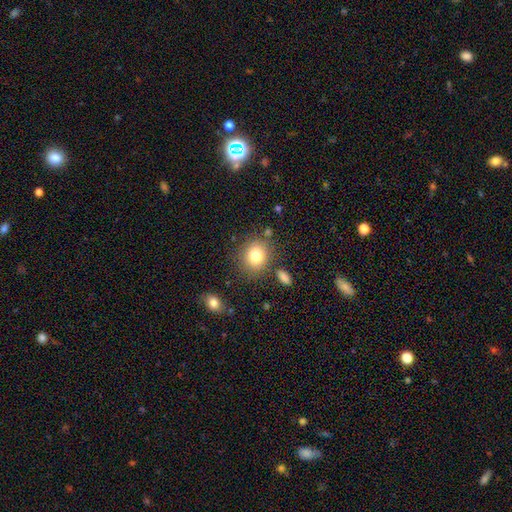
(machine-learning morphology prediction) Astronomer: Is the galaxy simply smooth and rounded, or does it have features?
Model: smooth — 82%.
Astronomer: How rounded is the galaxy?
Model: round — 69%.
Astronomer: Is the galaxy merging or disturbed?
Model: none — 78%.